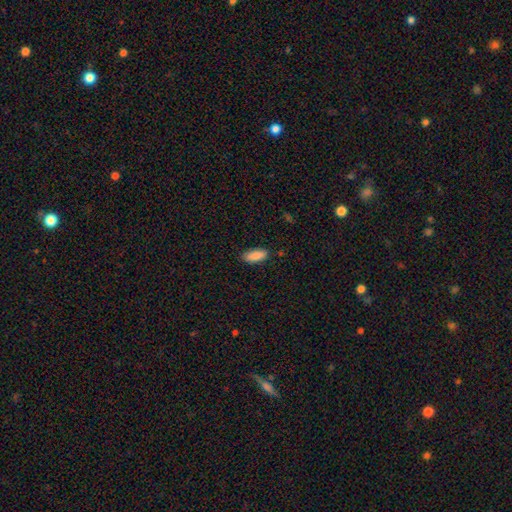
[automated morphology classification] smooth_or_featured: smooth (p=0.86) [alt: featured or disk p=0.07]
how_rounded: in between (p=0.78) [alt: cigar-shaped p=0.20]
merging: none (p=0.87) [alt: minor disturbance p=0.10]